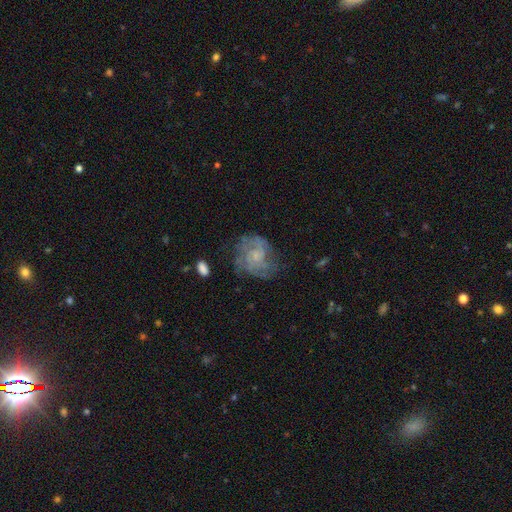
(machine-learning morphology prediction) This appears to be a featured or disk galaxy (73%) with no bar (71%), tight (48%) spiral arms (88%) and a small central bulge (59%). Merging: none (63%).